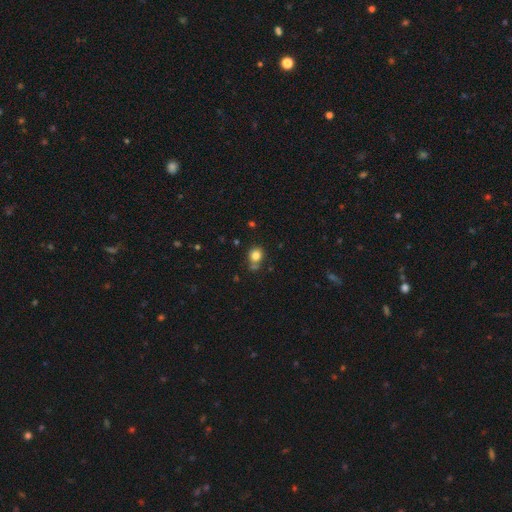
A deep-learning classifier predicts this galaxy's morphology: type=smooth (81%); roundness=round (76%); merging=none (69%).